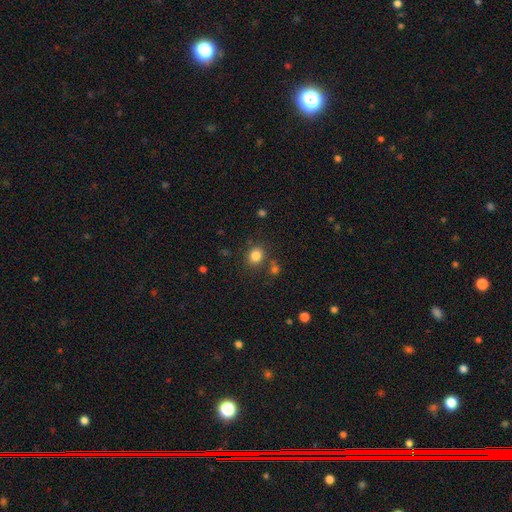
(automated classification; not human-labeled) smooth_or_featured: smooth (p=0.83) [alt: star or artifact p=0.12]
how_rounded: round (p=0.70) [alt: in between p=0.29]
merging: none (p=0.78) [alt: minor disturbance p=0.10]